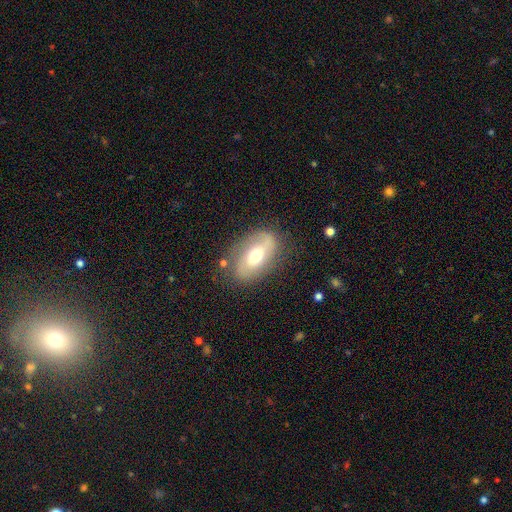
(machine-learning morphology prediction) Smooth or featured?
  - featured or disk: 59% *
  - smooth: 34%
  - star or artifact: 7%
Edge-on disk?
  - no: 91% *
  - yes: 9%
Bar?
  - no: 42% *
  - weak: 37%
  - strong: 22%
Spiral arms?
  - yes: 69% *
  - no: 31%
Bulge size?
  - moderate: 70% *
  - large: 16%
  - small: 10%
  - dominant: 2%
  - none: 1%
Merging?
  - none: 75% *
  - minor disturbance: 16%
  - major disturbance: 7%
  - merger: 2%